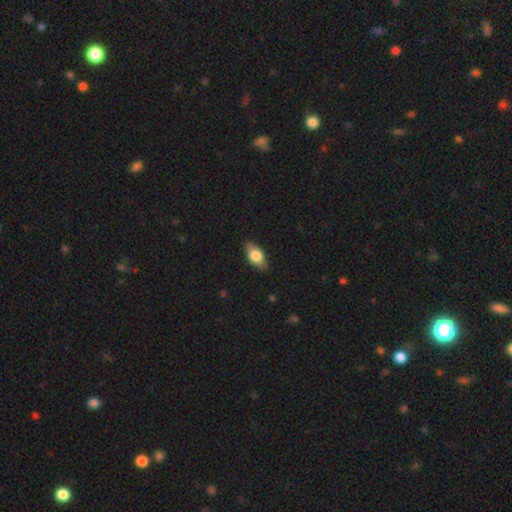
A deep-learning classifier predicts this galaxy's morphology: Q: Smooth or featured?
A: smooth (74%); runner-up: featured or disk (20%)
Q: How rounded?
A: in between (88%); runner-up: cigar-shaped (6%)
Q: Merging?
A: none (85%); runner-up: minor disturbance (12%)